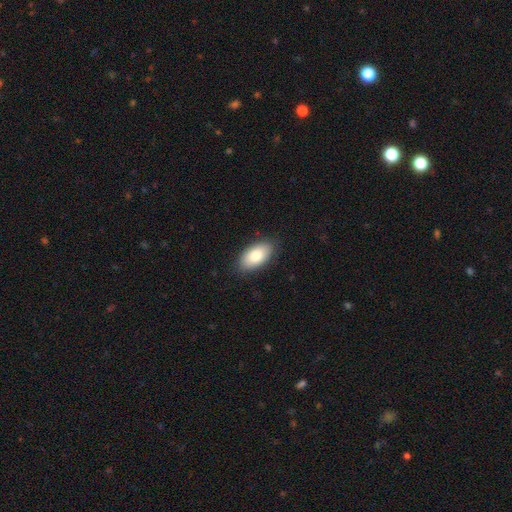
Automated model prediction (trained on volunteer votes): Q: Smooth or featured?
A: smooth (81%); runner-up: featured or disk (12%)
Q: How rounded?
A: in between (94%); runner-up: round (3%)
Q: Merging?
A: none (86%); runner-up: minor disturbance (10%)